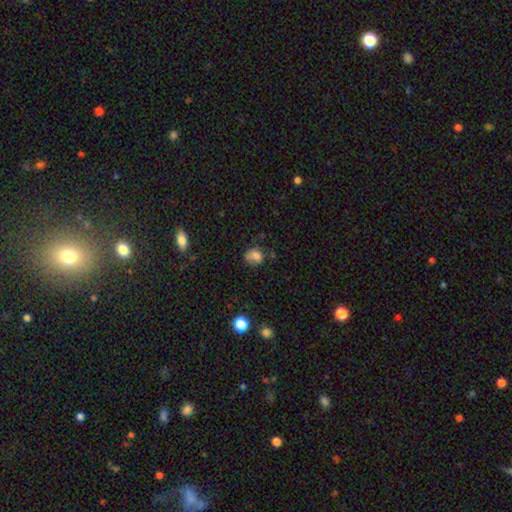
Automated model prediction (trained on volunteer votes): Smooth or featured? Predicted: smooth (p=0.73). How rounded? Predicted: round (p=0.55). Merging? Predicted: none (p=0.45).